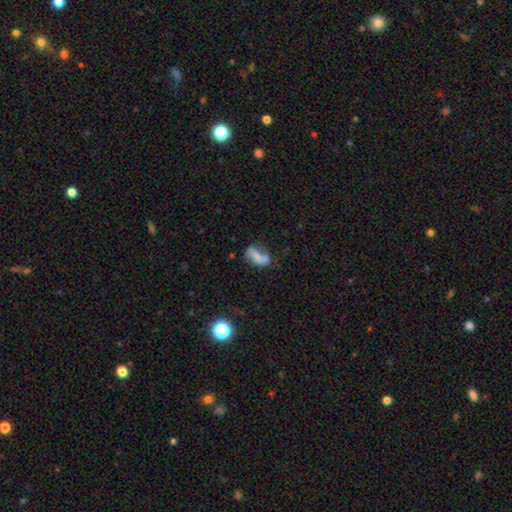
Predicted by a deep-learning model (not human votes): This is possibly a smooth galaxy (46%). Merging: marginally none (44%).